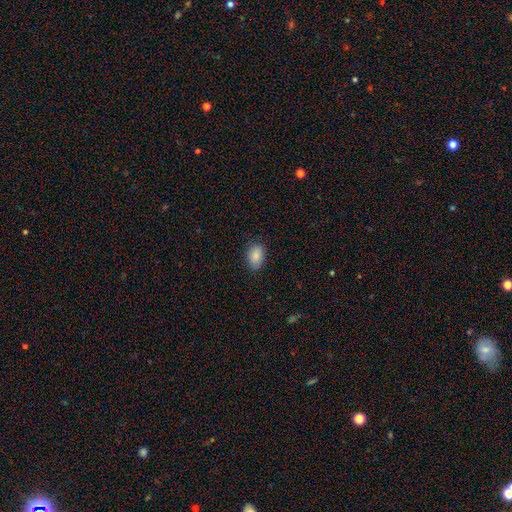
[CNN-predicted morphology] Q: Smooth or featured?
A: smooth (87%); runner-up: star or artifact (7%)
Q: How rounded?
A: in between (82%); runner-up: round (17%)
Q: Merging?
A: none (82%); runner-up: minor disturbance (14%)